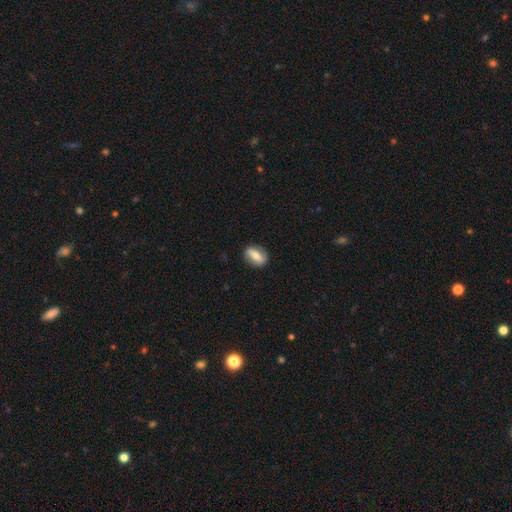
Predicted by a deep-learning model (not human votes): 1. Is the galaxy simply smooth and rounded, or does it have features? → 47% featured or disk, 46% smooth, 7% star or artifact.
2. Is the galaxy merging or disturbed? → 86% none, 10% minor disturbance, 3% major disturbance, 1% merger.